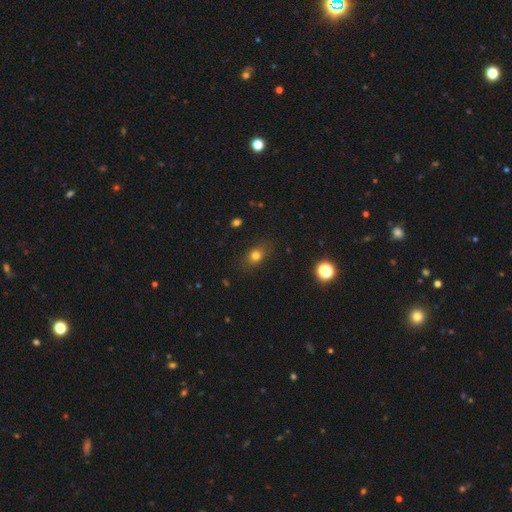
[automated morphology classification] Overall: smooth (76%). How rounded: in between (54%; round 43%). Merging: none (81%).